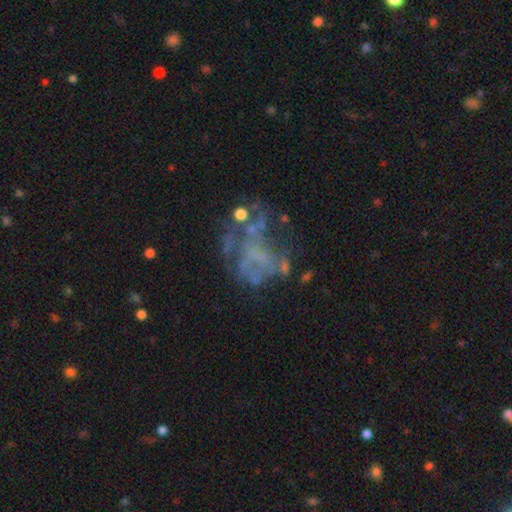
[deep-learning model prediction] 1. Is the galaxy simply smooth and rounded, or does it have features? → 62% featured or disk, 22% star or artifact, 16% smooth.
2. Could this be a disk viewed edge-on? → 98% no, 2% yes.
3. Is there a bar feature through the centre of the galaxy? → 89% no, 8% weak, 3% strong.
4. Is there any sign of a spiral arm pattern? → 82% no, 18% yes.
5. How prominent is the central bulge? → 81% none, 10% small, 6% moderate, 2% large, 1% dominant.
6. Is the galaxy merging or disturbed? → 39% none, 36% major disturbance, 16% minor disturbance, 9% merger.